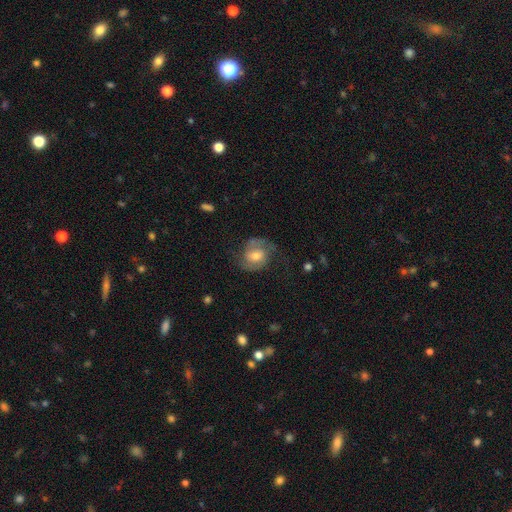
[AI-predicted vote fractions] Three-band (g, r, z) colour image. It shows a featured or disk galaxy (71%) with a weak bar (45%), 2 (84%) medium (49%) spiral arms (91%) and a moderate central bulge (62%). Merging: none (65%).